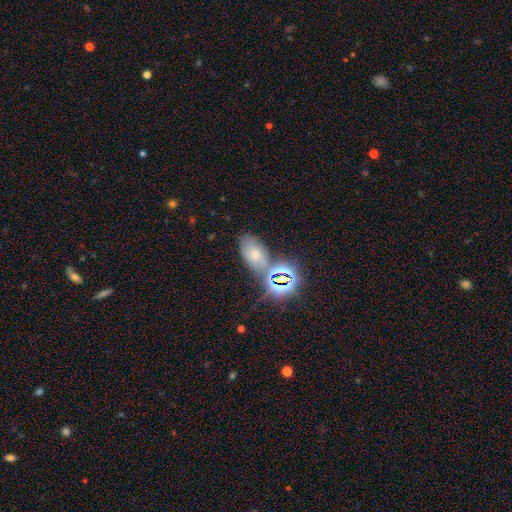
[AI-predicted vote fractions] This is marginally a smooth galaxy (41%). Merging: possibly none (57%).